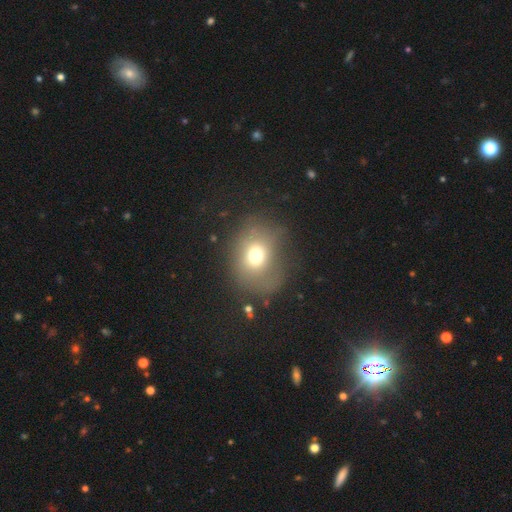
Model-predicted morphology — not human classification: smooth 68%, featured or disk 17%, star or artifact 15%. Down the decision tree: how rounded — round (59%); merging — none (58%).